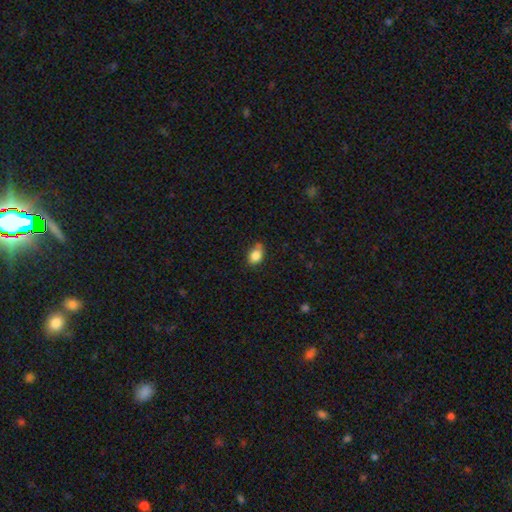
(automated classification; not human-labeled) A smooth galaxy with no disk features (84%) that is in between round and cigar-shaped (71%). Merging: none (57%).